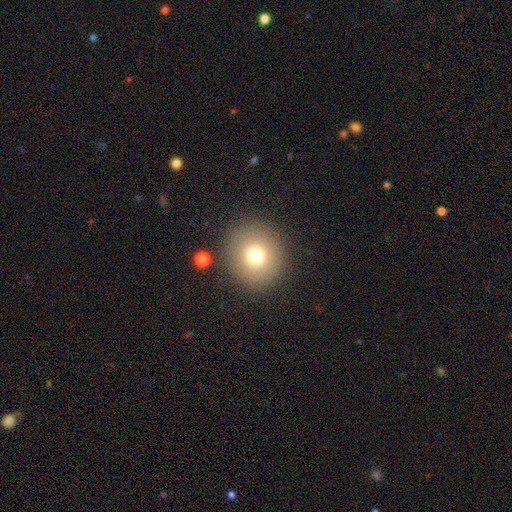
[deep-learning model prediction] Smooth or featured? Predicted: smooth (p=0.74). How rounded? Predicted: round (p=0.91). Merging? Predicted: none (p=0.87).